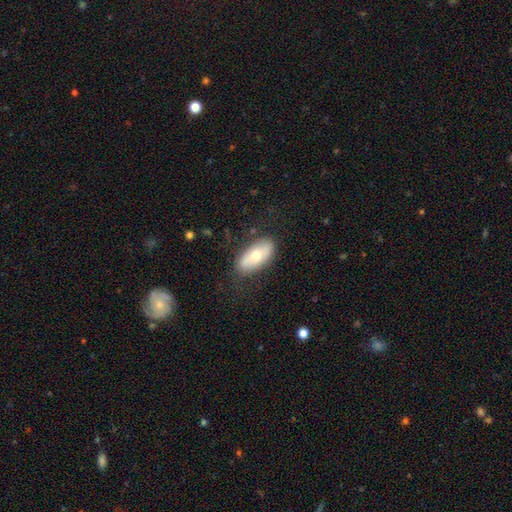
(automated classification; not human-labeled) This appears to be a smooth galaxy with no disk features (60%) that is in between round and cigar-shaped (90%). Merging: none (80%).